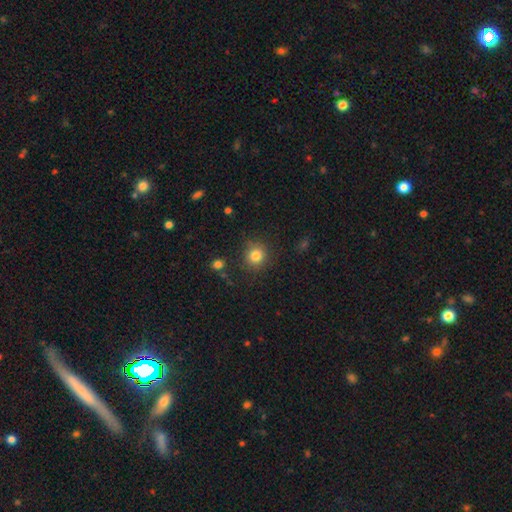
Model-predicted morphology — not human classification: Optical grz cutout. It shows a smooth galaxy with no disk features (82%) that is round (88%). Merging: none (84%).